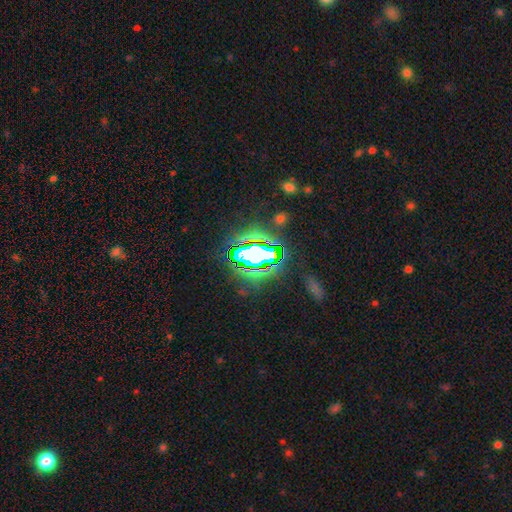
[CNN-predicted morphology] Smooth or featured: star or artifact — 69% (smooth — 18%)